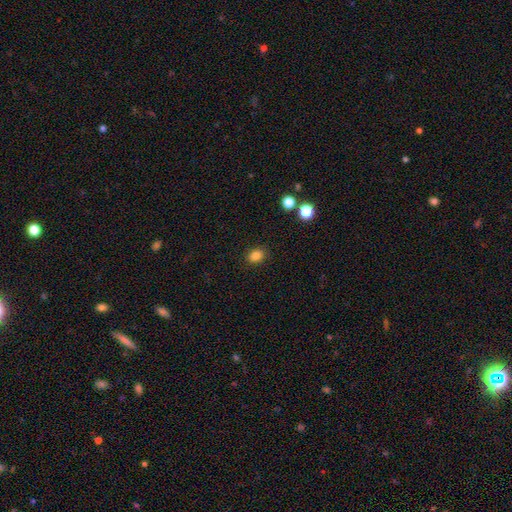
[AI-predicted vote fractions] The model was most divided on "how rounded": in between: 58%, round: 41%, cigar-shaped: 1%. More confident: merging — none (88%); smooth or featured — smooth (84%).